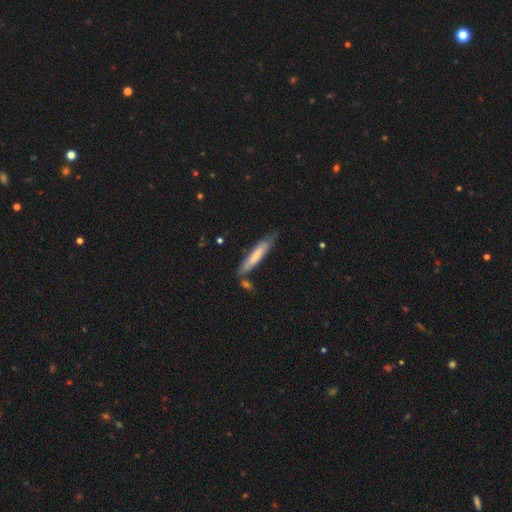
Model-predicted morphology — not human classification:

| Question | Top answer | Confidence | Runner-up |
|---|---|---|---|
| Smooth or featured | smooth | 64% | featured or disk (30%) |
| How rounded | cigar-shaped | 89% | in between (10%) |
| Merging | none | 63% | minor disturbance (23%) |